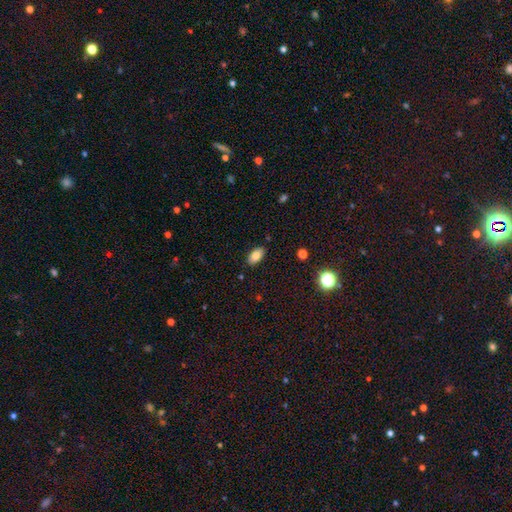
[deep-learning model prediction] Smooth or featured?
  - smooth: 82% *
  - star or artifact: 9%
  - featured or disk: 9%
How rounded?
  - in between: 92% *
  - round: 4%
  - cigar-shaped: 3%
Merging?
  - none: 87% *
  - minor disturbance: 9%
  - major disturbance: 2%
  - merger: 1%